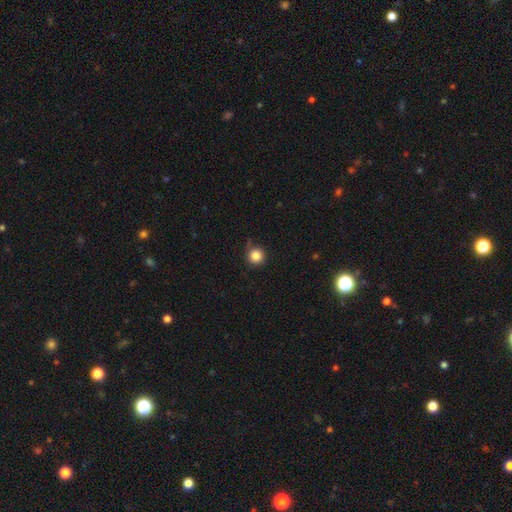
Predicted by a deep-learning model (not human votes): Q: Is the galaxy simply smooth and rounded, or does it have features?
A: smooth — 84%.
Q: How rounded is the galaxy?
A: round — 95%.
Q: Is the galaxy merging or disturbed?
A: none — 78%.